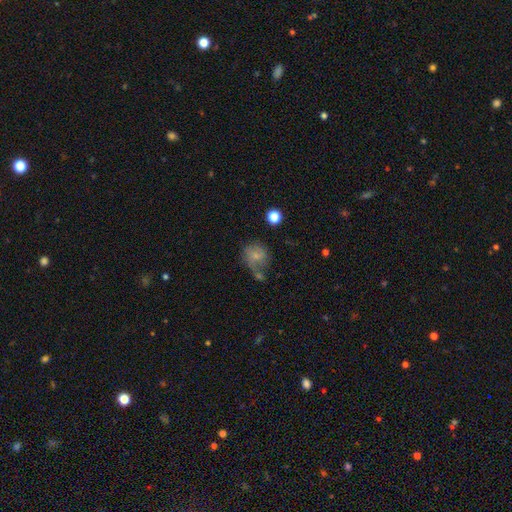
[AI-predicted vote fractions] This is likely a smooth galaxy (69%). How rounded: likely round (74%). Merging: marginally none (42%).